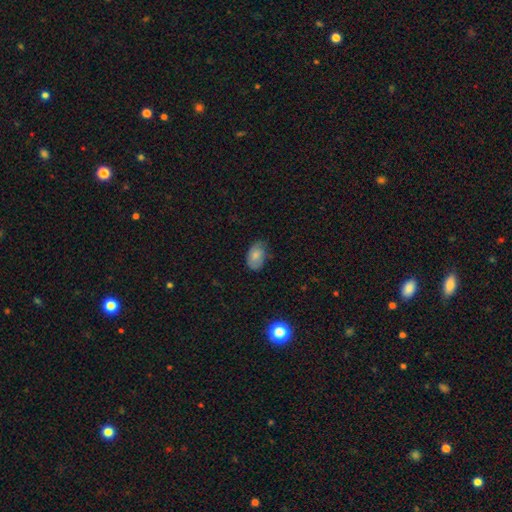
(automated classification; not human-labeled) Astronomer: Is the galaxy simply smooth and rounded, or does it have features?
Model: smooth — 74%.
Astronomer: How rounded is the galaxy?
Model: in between — 89%.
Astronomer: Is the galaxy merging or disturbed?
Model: none — 60%.